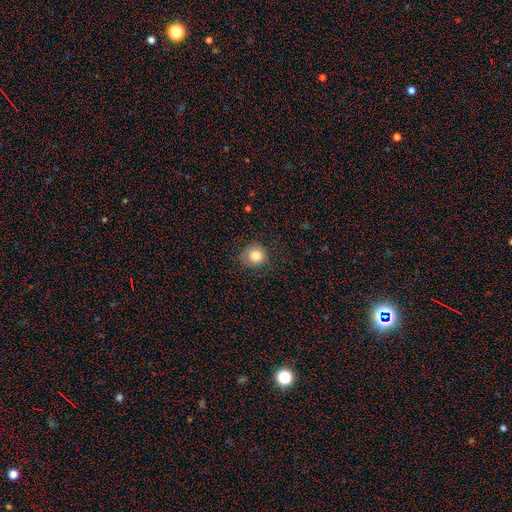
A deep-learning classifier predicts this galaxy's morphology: Smooth or featured?
  - smooth: 81% *
  - star or artifact: 10%
  - featured or disk: 9%
How rounded?
  - round: 86% *
  - in between: 13%
  - cigar-shaped: 1%
Merging?
  - none: 72% *
  - minor disturbance: 19%
  - major disturbance: 7%
  - merger: 1%